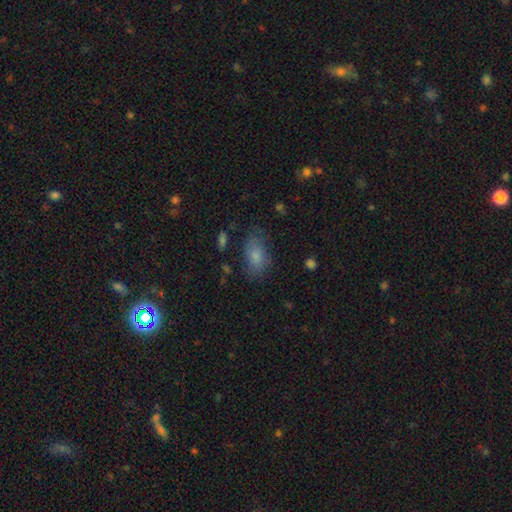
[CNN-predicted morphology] Overall: smooth (79%). How rounded: in between (90%). Merging: none (68%).